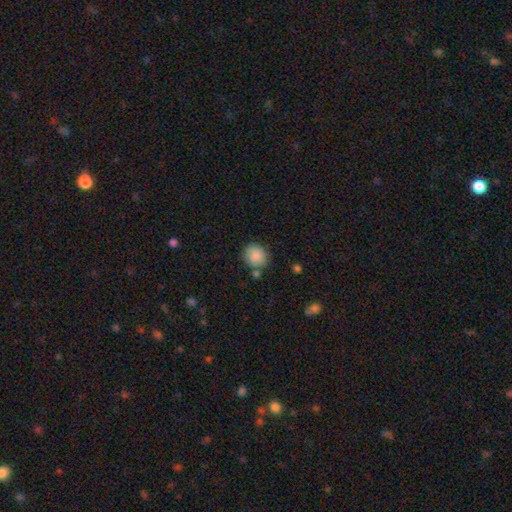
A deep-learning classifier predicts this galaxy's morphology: A smooth galaxy with no disk features (88%) that is round (79%).

Vote fractions:
- Smooth or featured? smooth: 88% / star or artifact: 8% / featured or disk: 5%
- How rounded? round: 79% / in between: 20% / cigar-shaped: 1%
- Merging? none: 76% / minor disturbance: 13% / merger: 8% / major disturbance: 3%